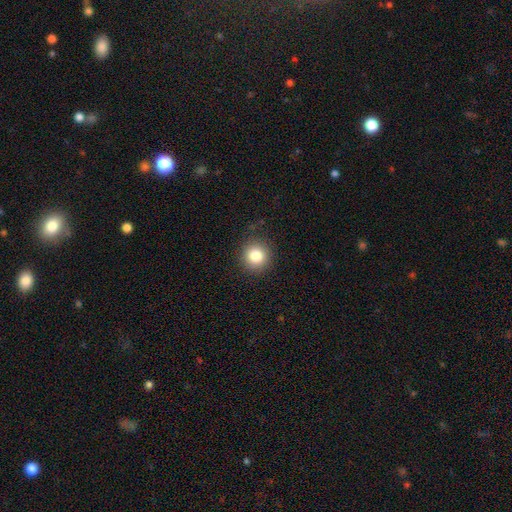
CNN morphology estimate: Smooth or featured: smooth — 83% (star or artifact — 11%)
How rounded: round — 93% (in between — 6%)
Merging: none — 88% (minor disturbance — 8%)